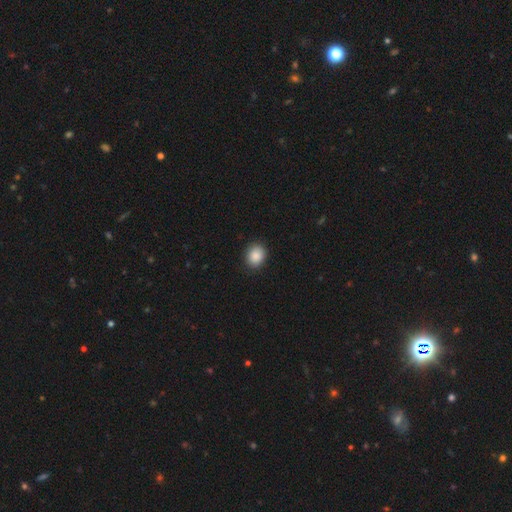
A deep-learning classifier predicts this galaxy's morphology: smooth 88%, star or artifact 8%, featured or disk 3%. Down the decision tree: how rounded — round (59%); merging — none (89%).